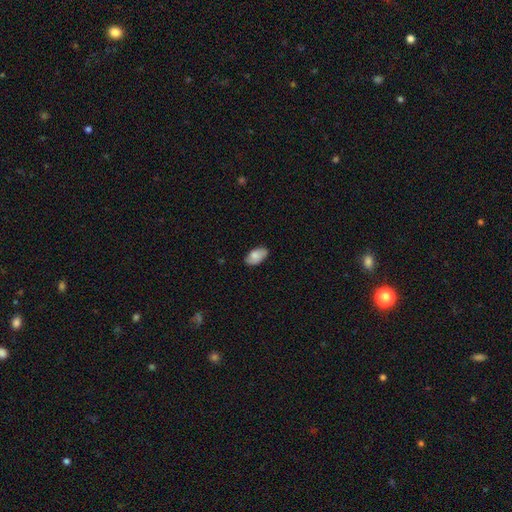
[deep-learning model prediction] A smooth galaxy with no disk features (83%) that is in between round and cigar-shaped (95%).

Vote fractions:
- Smooth or featured? smooth: 83% / featured or disk: 11% / star or artifact: 7%
- How rounded? in between: 95% / round: 3% / cigar-shaped: 2%
- Merging? none: 82% / minor disturbance: 15% / major disturbance: 2% / merger: 1%